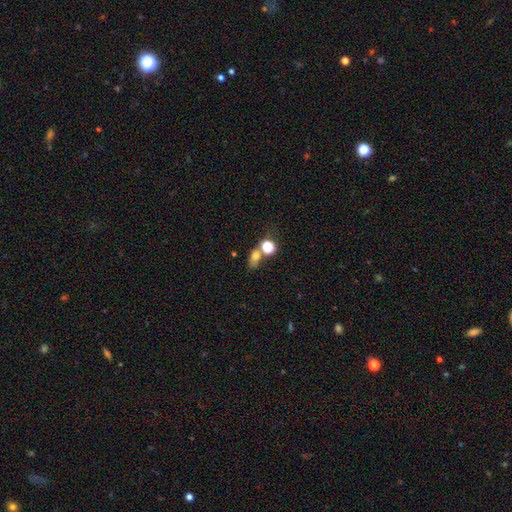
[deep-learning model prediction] Q: Smooth or featured?
A: smooth (68%); runner-up: star or artifact (19%)
Q: How rounded?
A: in between (56%); runner-up: round (40%)
Q: Merging?
A: none (45%); runner-up: merger (36%)